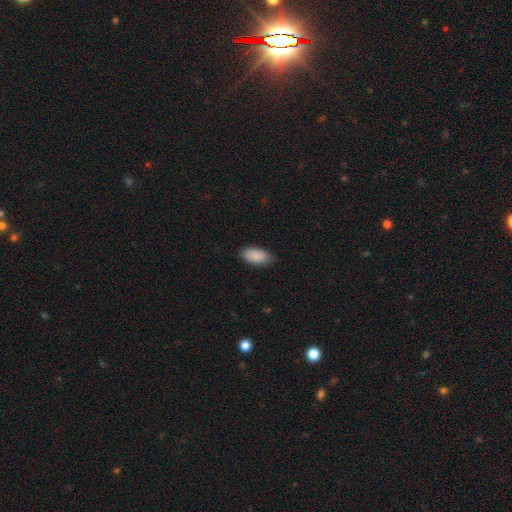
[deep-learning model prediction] A smooth galaxy with no disk features (90%) that is in between round and cigar-shaped (93%). Merging: none (81%).